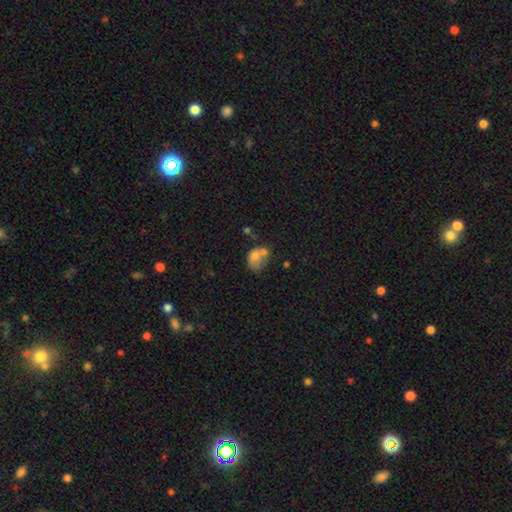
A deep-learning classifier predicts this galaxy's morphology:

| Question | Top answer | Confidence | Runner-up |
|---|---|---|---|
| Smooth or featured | smooth | 65% | featured or disk (24%) |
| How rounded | in between | 60% | round (38%) |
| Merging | merger | 46% | none (22%) |